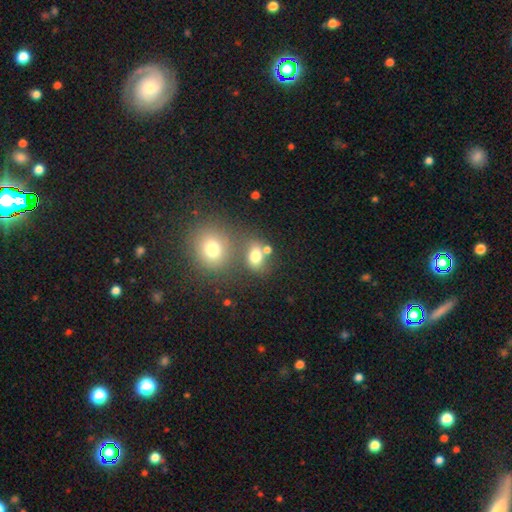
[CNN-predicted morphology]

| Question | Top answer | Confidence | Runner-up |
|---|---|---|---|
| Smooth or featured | smooth | 74% | star or artifact (15%) |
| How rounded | in between | 50% | round (49%) |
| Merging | none | 50% | merger (32%) |